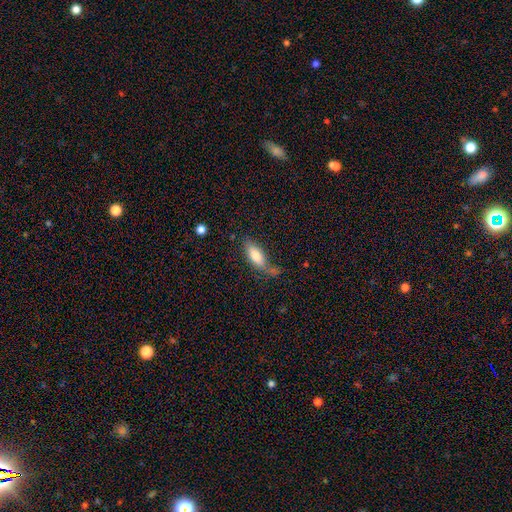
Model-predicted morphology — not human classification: Smooth or featured: smooth — 76% (featured or disk — 17%)
How rounded: in between — 72% (cigar-shaped — 25%)
Merging: none — 54% (minor disturbance — 23%)